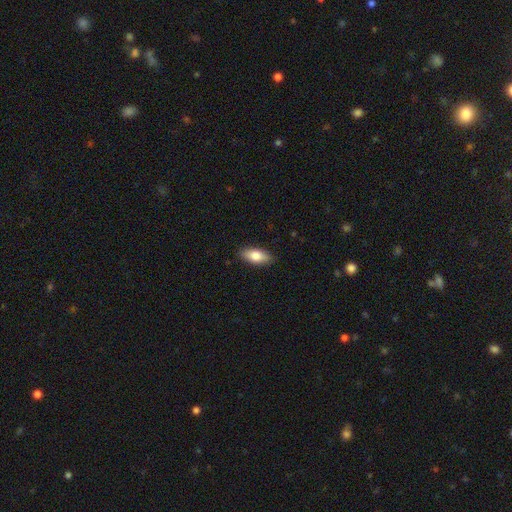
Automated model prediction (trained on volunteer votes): A smooth galaxy with no disk features (80%) that is in between round and cigar-shaped (85%).

Vote fractions:
- Smooth or featured? smooth: 80% / featured or disk: 14% / star or artifact: 6%
- How rounded? in between: 85% / cigar-shaped: 12% / round: 3%
- Merging? none: 88% / minor disturbance: 9% / major disturbance: 2% / merger: 1%